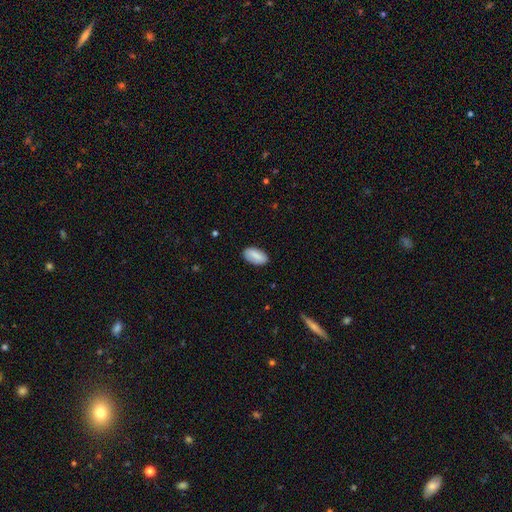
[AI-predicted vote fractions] Morphology: type=smooth (82%); roundness=in between (93%); merging=none (85%).